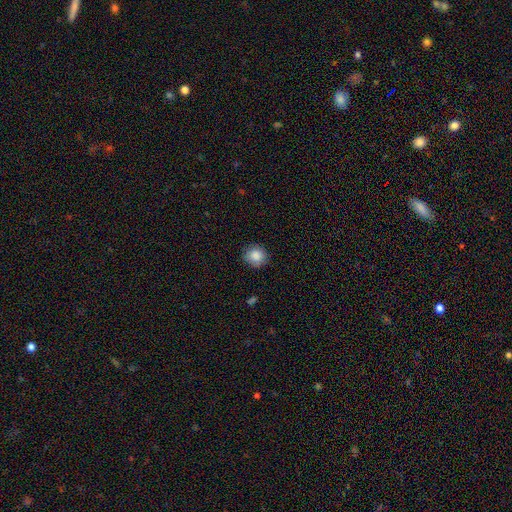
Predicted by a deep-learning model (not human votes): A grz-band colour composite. It shows a smooth galaxy with no disk features (86%) that is round (88%). Merging: none (82%).